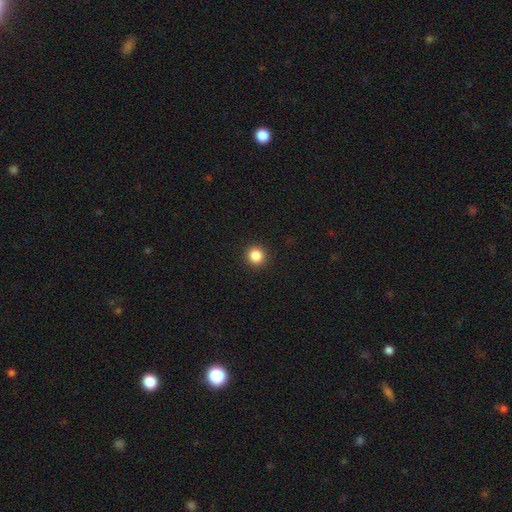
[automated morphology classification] type=smooth (85%); roundness=round (93%); merging=none (93%).